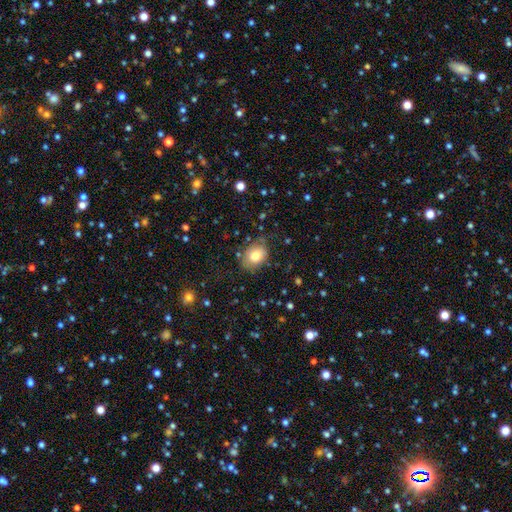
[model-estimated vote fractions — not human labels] The model was most divided on "how rounded": in between: 61%, round: 39%, cigar-shaped: 1%. More confident: smooth or featured — smooth (77%); merging — none (69%).